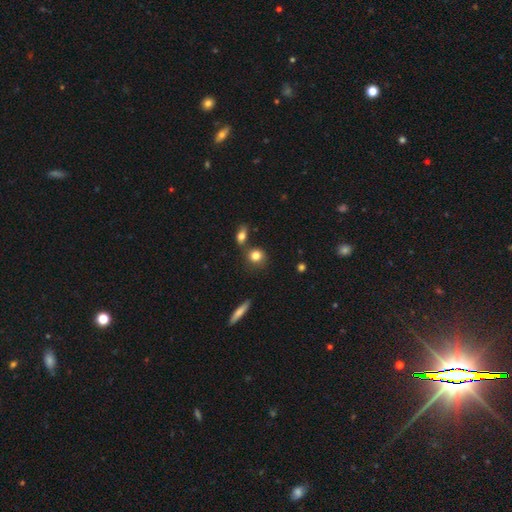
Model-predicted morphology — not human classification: Q: Smooth or featured?
A: smooth (82%); runner-up: star or artifact (10%)
Q: How rounded?
A: round (73%); runner-up: in between (25%)
Q: Merging?
A: none (65%); runner-up: merger (19%)